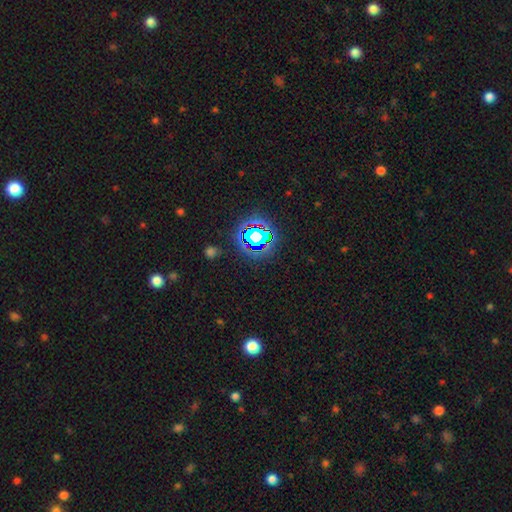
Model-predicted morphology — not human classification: Smooth or featured? Predicted: star or artifact (p=0.77).